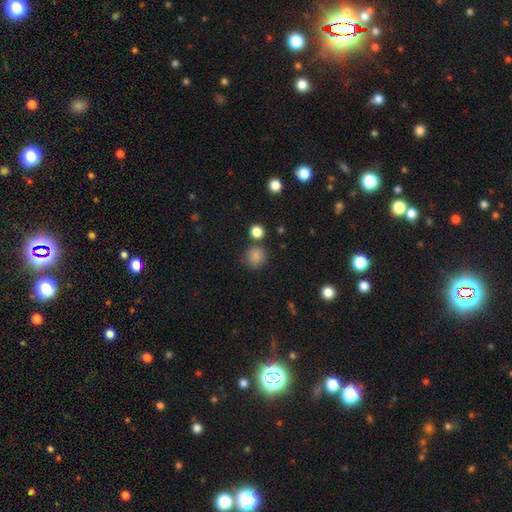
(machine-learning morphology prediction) A smooth galaxy with no disk features (84%) that is round (90%). Merging: none (75%).